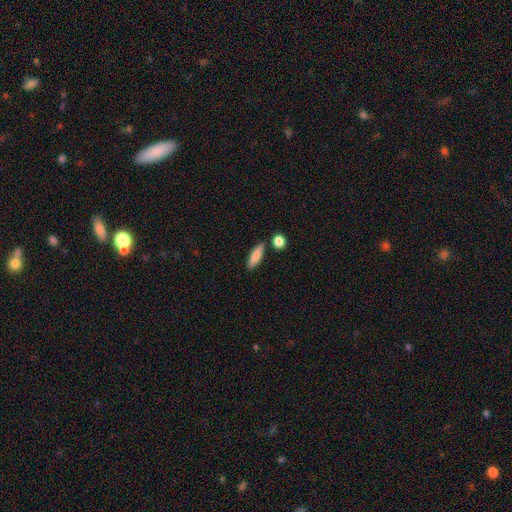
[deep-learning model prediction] This is clearly a smooth galaxy (81%). How rounded: possibly cigar-shaped (54%). Merging: likely none (79%).